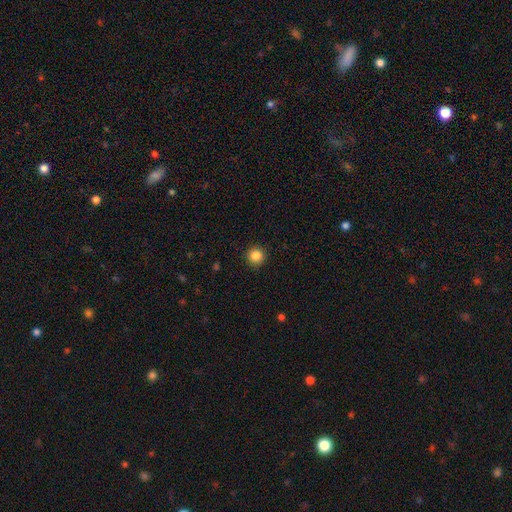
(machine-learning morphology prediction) Smooth or featured? smooth (85%)
How rounded? round (95%)
Merging? none (92%)